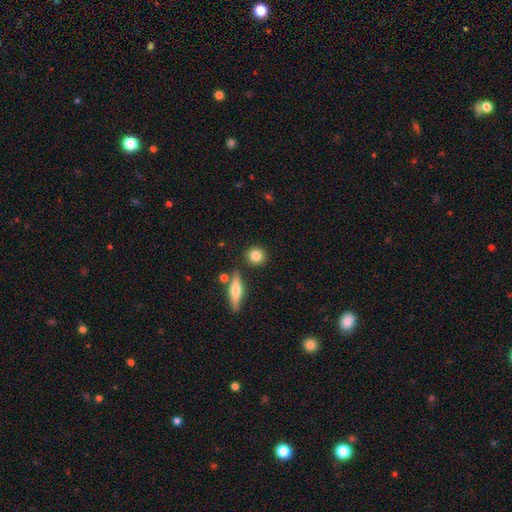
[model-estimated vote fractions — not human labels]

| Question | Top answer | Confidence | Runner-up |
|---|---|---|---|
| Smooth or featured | smooth | 82% | featured or disk (10%) |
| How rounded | round | 86% | in between (12%) |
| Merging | none | 84% | minor disturbance (8%) |